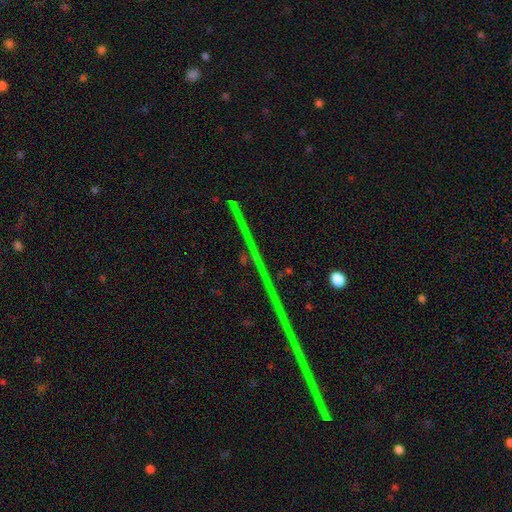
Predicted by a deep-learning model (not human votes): smooth-or-featured: star or artifact: 83% | featured or disk: 10% | smooth: 7%